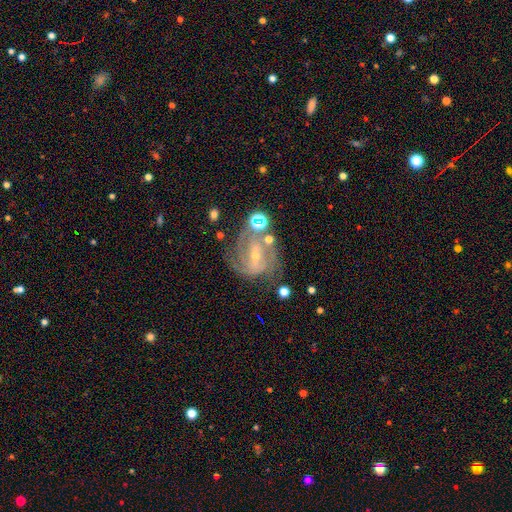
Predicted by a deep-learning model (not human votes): Smooth or featured? featured or disk (85%)
Edge-on disk? no (97%)
Bar? weak (40%)
Spiral arms? yes (95%)
Spiral winding? tight (47%)
Spiral arm count? 2 (39%)
Bulge size? small (72%)
Merging? none (59%)